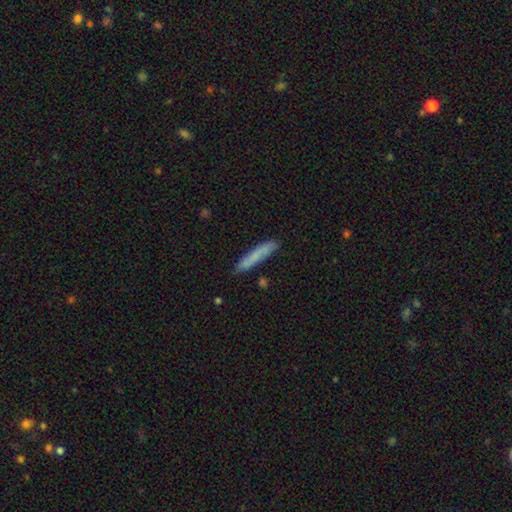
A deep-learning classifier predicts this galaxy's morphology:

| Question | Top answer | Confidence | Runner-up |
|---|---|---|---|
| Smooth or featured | smooth | 77% | featured or disk (16%) |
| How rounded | cigar-shaped | 93% | in between (6%) |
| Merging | none | 82% | minor disturbance (13%) |